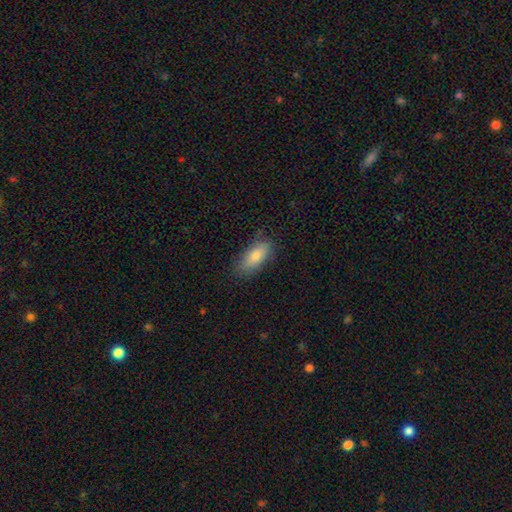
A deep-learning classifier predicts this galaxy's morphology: type=smooth (78%); roundness=in between (82%); merging=none (78%).